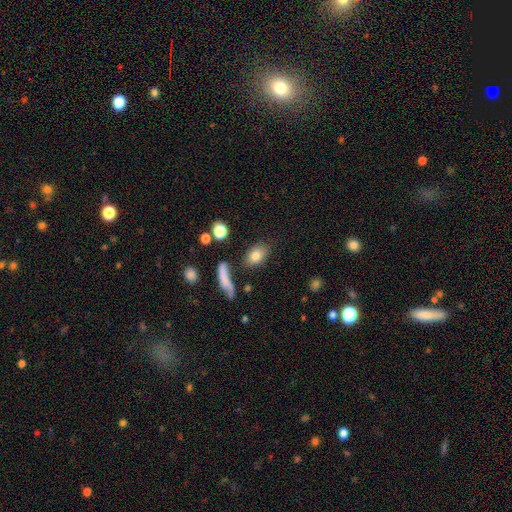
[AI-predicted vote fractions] The model was most divided on "merging": none: 74%, minor disturbance: 13%, merger: 7%, major disturbance: 5%. More confident: how rounded — in between (82%); smooth or featured — smooth (81%).